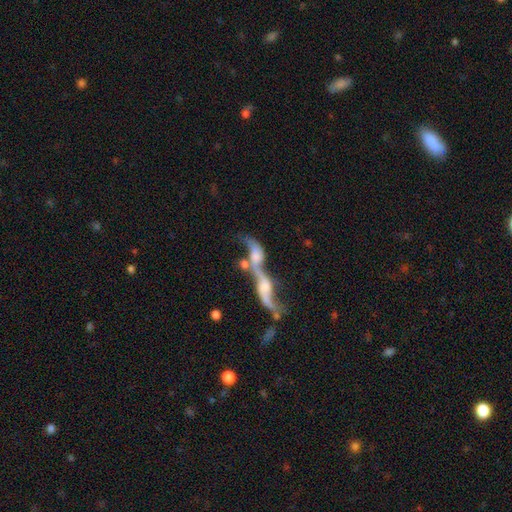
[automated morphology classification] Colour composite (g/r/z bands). It shows a featured or disk galaxy (60%). Merging: merger (77%).